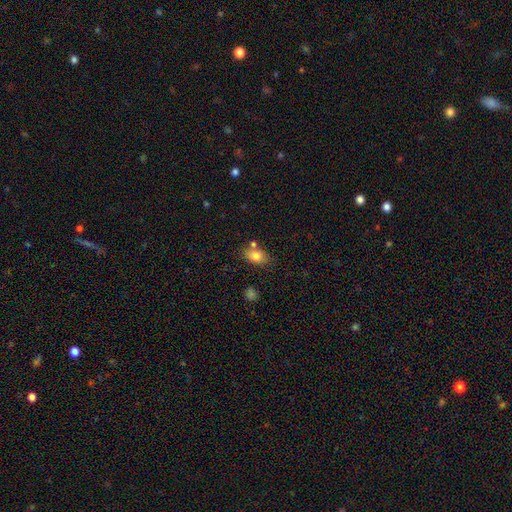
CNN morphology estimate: Overall: smooth (79%). How rounded: in between (82%). Merging: none (68%).